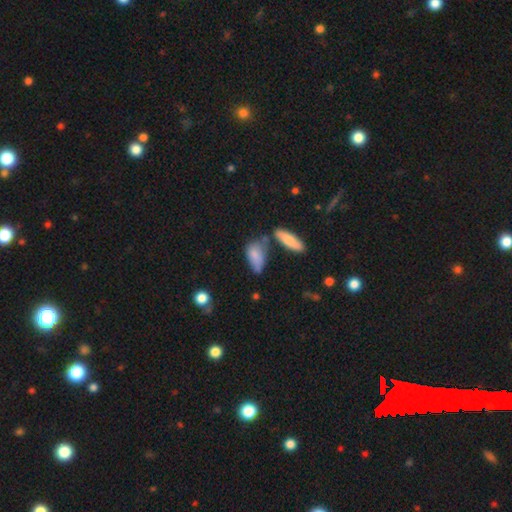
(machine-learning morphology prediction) Overall: smooth (76%). How rounded: in between (83%). Merging: none (33%; minor disturbance 29%).